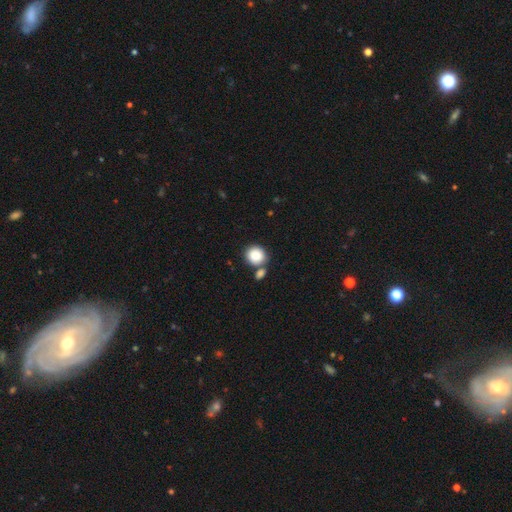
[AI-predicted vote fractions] A smooth galaxy with no disk features (87%) that is round (85%).

Vote fractions:
- Smooth or featured? smooth: 87% / star or artifact: 8% / featured or disk: 5%
- How rounded? round: 85% / in between: 14% / cigar-shaped: 1%
- Merging? none: 60% / merger: 26% / minor disturbance: 10% / major disturbance: 4%